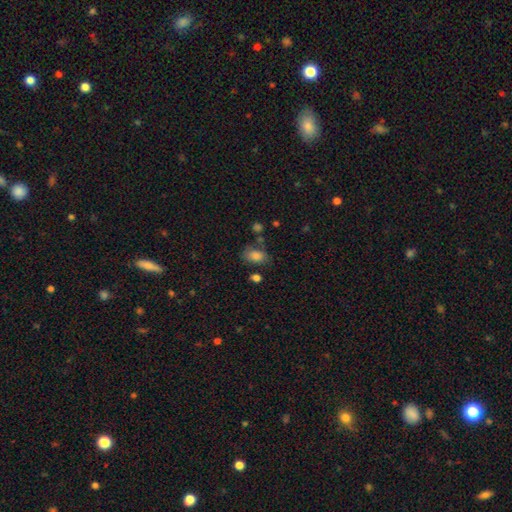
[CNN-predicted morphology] Smooth or featured: smooth — 81% (star or artifact — 10%)
How rounded: in between — 83% (round — 15%)
Merging: none — 63% (minor disturbance — 21%)